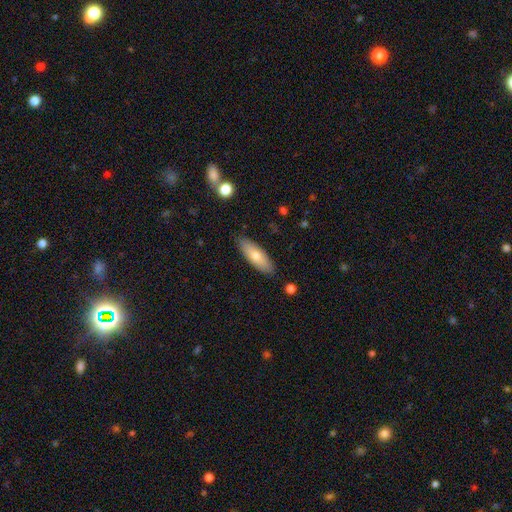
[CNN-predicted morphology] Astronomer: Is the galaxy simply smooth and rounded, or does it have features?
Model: smooth — 70%.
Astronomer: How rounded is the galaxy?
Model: in between — 60% (runner-up: cigar-shaped, 38%).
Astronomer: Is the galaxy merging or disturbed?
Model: none — 87%.